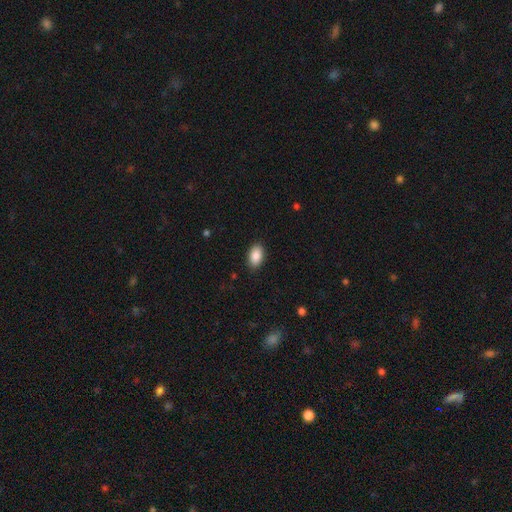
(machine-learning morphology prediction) Smooth or featured? Predicted: smooth (p=0.89). How rounded? Predicted: in between (p=0.92). Merging? Predicted: none (p=0.88).